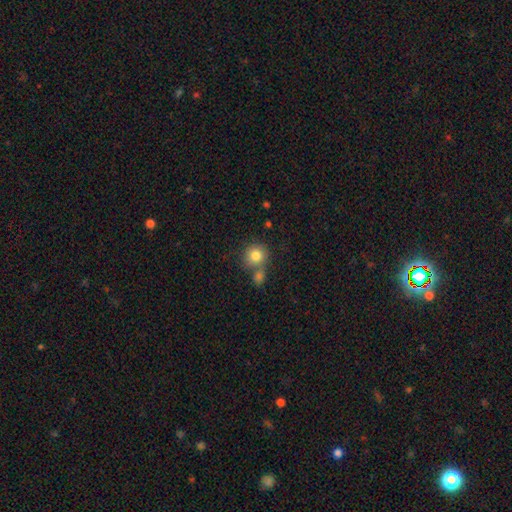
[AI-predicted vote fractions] Smooth or featured? Predicted: smooth (p=0.82). How rounded? Predicted: round (p=0.89). Merging? Predicted: none (p=0.57).